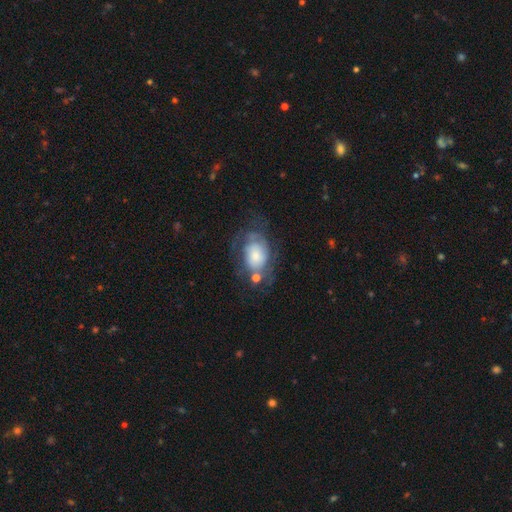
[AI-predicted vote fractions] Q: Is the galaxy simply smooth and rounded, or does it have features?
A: featured or disk — 48%.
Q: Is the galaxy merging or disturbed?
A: none — 39%.